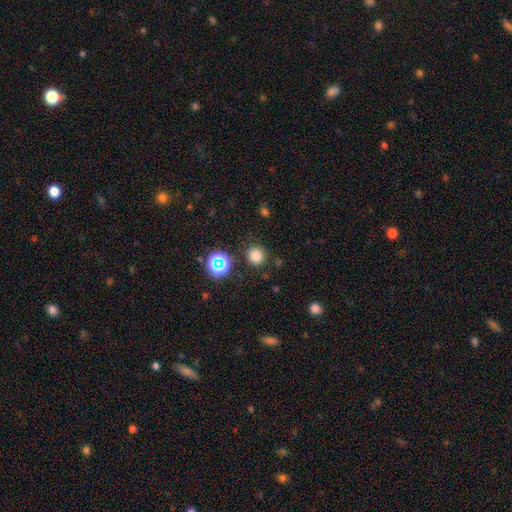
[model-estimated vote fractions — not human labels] A smooth galaxy with no disk features (77%) that is round (92%). Merging: none (86%).